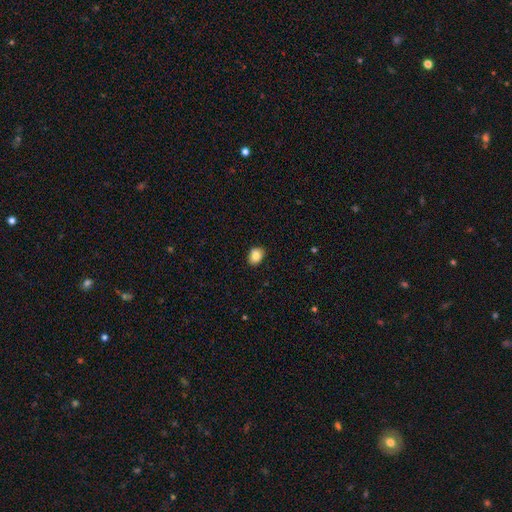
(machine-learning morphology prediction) Overall: smooth (84%). How rounded: in between (59%; round 40%). Merging: none (89%).